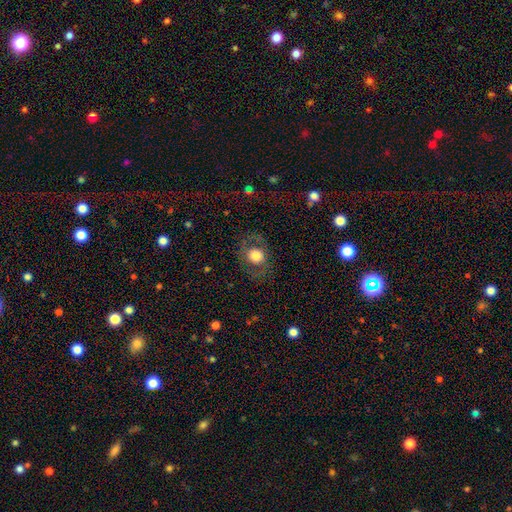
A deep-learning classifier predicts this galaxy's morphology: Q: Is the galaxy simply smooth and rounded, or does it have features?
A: smooth — 64%.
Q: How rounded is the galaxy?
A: round — 74%.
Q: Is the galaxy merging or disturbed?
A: none — 79%.